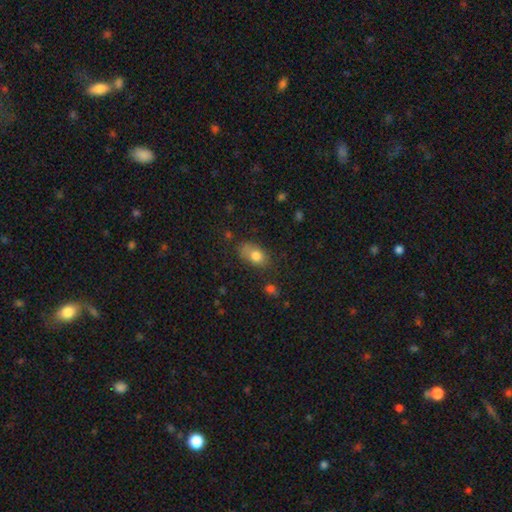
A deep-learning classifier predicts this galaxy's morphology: A smooth galaxy with no disk features (78%) that is in between round and cigar-shaped (83%). Merging: none (57%).